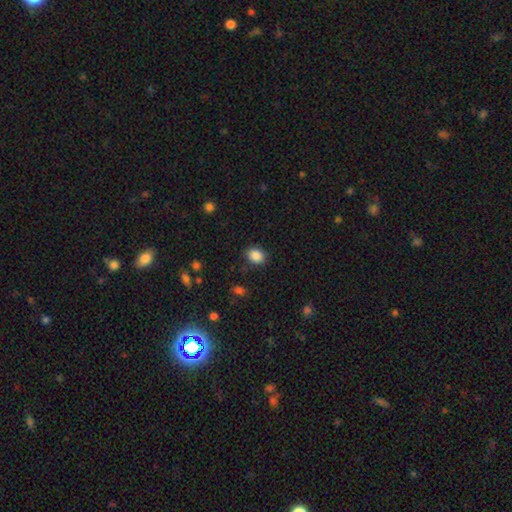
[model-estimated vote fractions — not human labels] Q: Smooth or featured?
A: smooth (87%); runner-up: star or artifact (9%)
Q: How rounded?
A: in between (61%); runner-up: round (38%)
Q: Merging?
A: none (86%); runner-up: minor disturbance (10%)